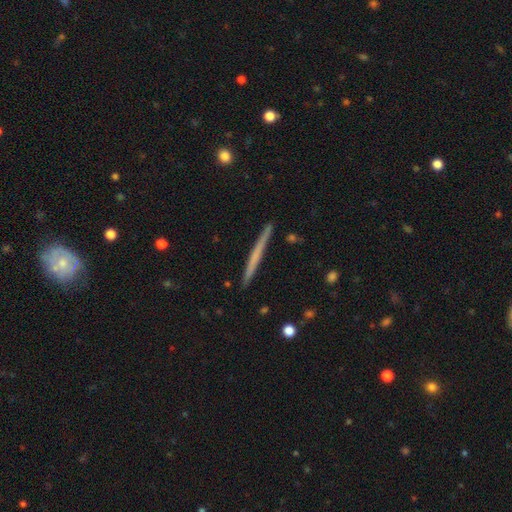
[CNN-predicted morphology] The model was most divided on "smooth or featured": featured or disk: 49%, smooth: 45%, star or artifact: 5%. More confident: merging — none (91%).